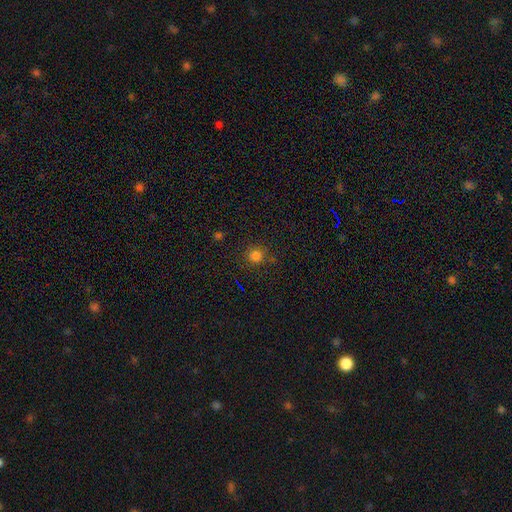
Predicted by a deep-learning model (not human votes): Smooth or featured: smooth — 79% (star or artifact — 17%)
How rounded: round — 92% (in between — 7%)
Merging: none — 84% (minor disturbance — 9%)